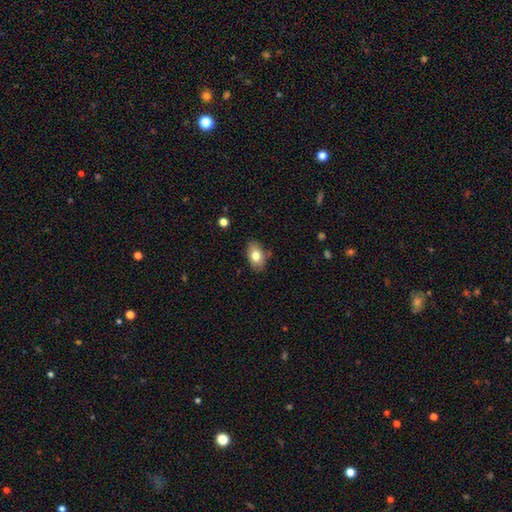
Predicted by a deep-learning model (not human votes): Overall: smooth (78%). How rounded: in between (87%). Merging: none (82%).